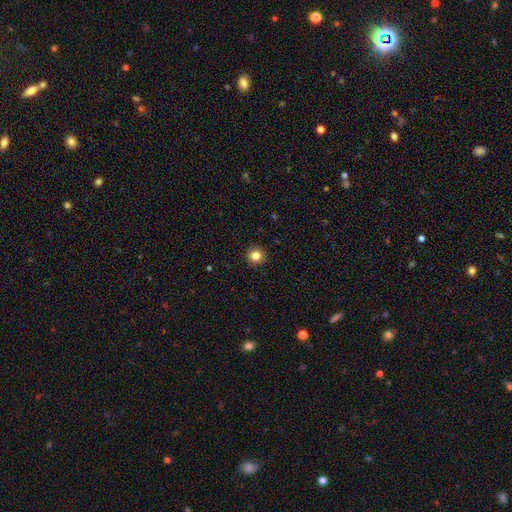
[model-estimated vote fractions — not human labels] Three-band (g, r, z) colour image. It shows a smooth galaxy with no disk features (84%) that is round (94%). Merging: none (93%).